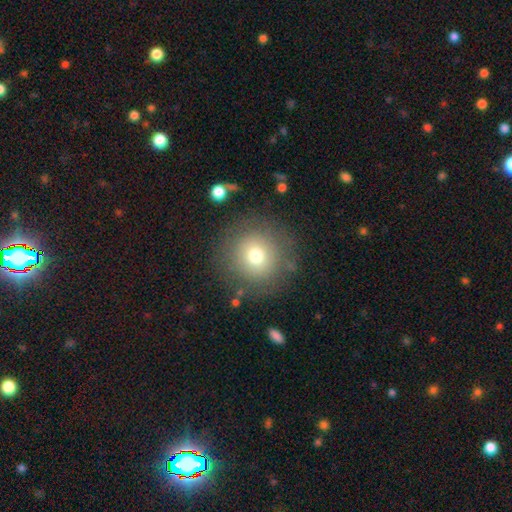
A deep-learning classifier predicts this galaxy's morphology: Q: Smooth or featured?
A: smooth (72%); runner-up: featured or disk (14%)
Q: How rounded?
A: round (95%); runner-up: in between (4%)
Q: Merging?
A: none (84%); runner-up: minor disturbance (9%)